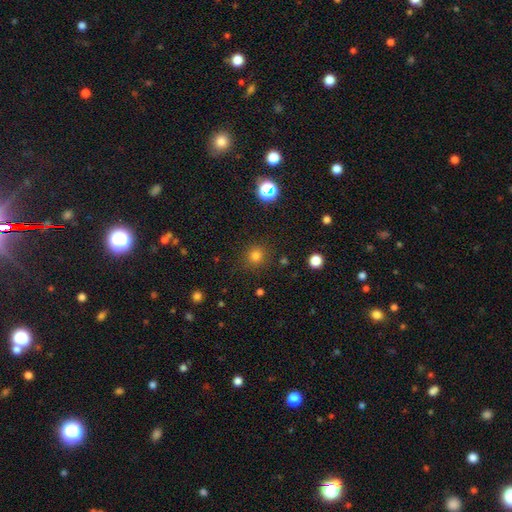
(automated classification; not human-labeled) This is likely a smooth galaxy (78%). How rounded: clearly round (91%). Merging: clearly none (87%).